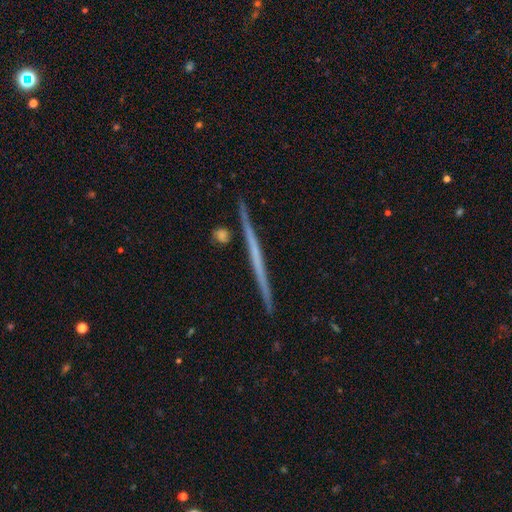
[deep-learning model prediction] This appears to be a featured or disk galaxy (63%) viewed edge-on (98%) with no central bulge (90%). Merging: none (91%).